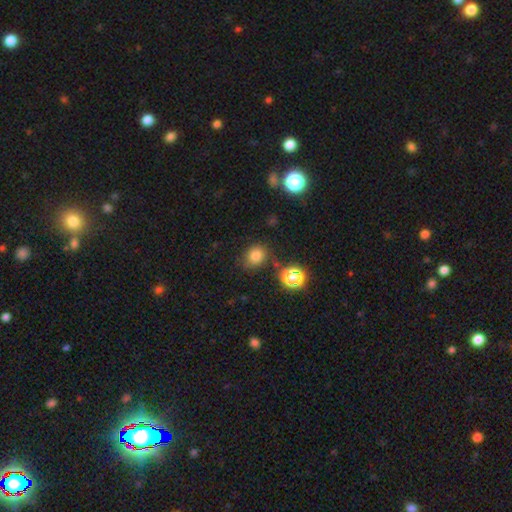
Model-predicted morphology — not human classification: Overall: smooth (76%). How rounded: round (72%). Merging: none (73%).